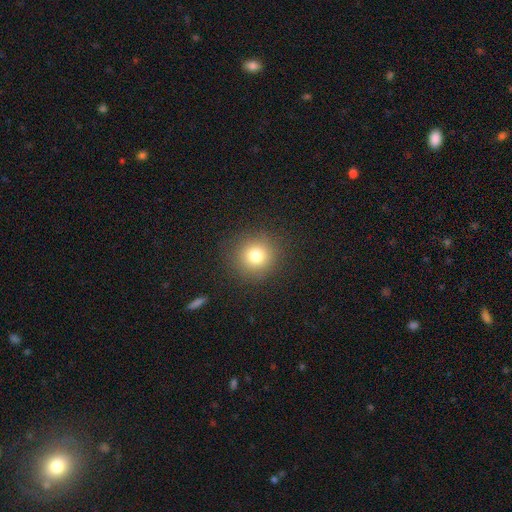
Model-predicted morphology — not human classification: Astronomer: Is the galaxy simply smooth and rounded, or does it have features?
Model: smooth — 79%.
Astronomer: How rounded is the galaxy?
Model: round — 92%.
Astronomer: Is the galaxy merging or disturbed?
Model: none — 89%.